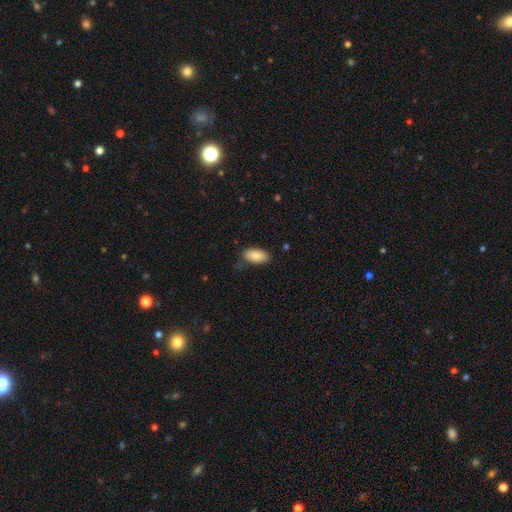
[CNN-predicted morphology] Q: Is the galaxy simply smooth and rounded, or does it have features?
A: smooth — 86%.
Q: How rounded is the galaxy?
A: in between — 93%.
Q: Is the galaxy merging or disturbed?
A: none — 76%.